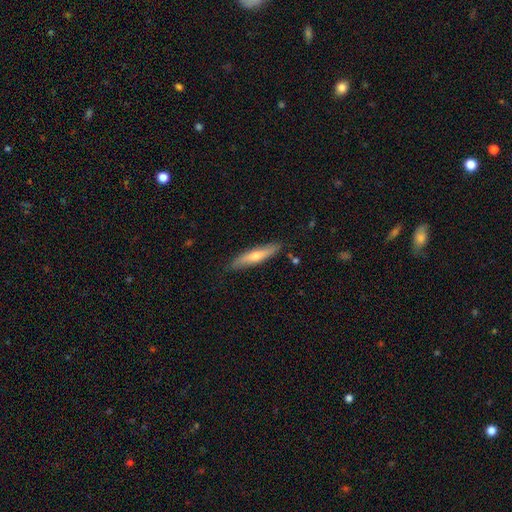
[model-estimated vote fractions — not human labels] Smooth or featured? smooth (55%)
How rounded? cigar-shaped (83%)
Merging? none (85%)